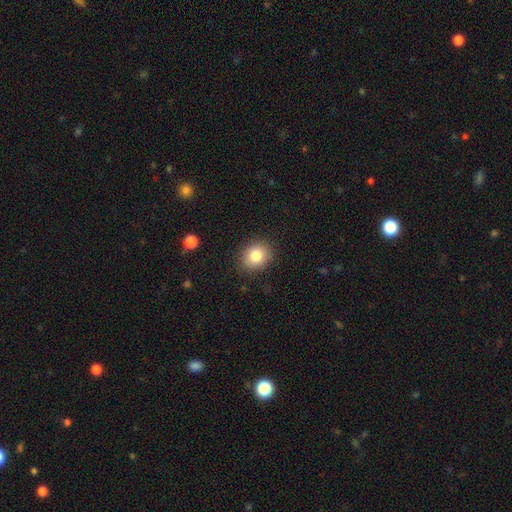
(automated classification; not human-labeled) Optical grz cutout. It shows a smooth galaxy with no disk features (83%) that is round (60%). Merging: none (87%).